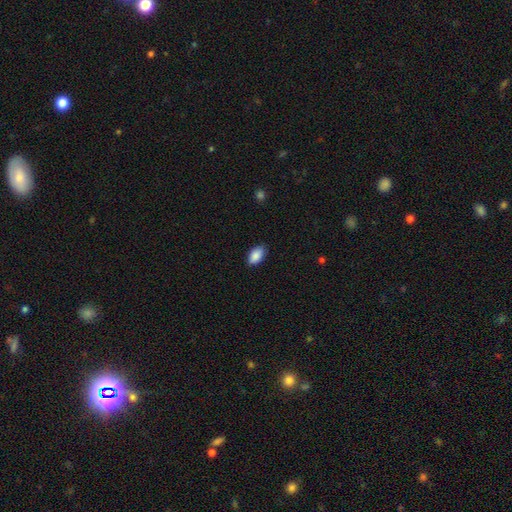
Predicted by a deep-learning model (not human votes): This appears to be a smooth galaxy with no disk features (89%) that is in between round and cigar-shaped (93%). Merging: none (83%).